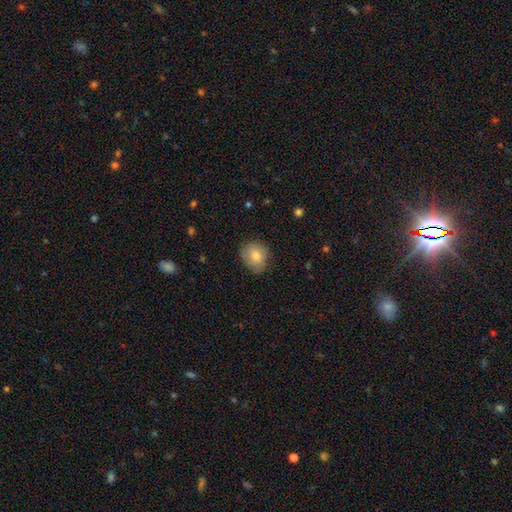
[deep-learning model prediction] Q: Smooth or featured?
A: smooth (74%); runner-up: featured or disk (18%)
Q: How rounded?
A: round (62%); runner-up: in between (37%)
Q: Merging?
A: none (73%); runner-up: minor disturbance (22%)